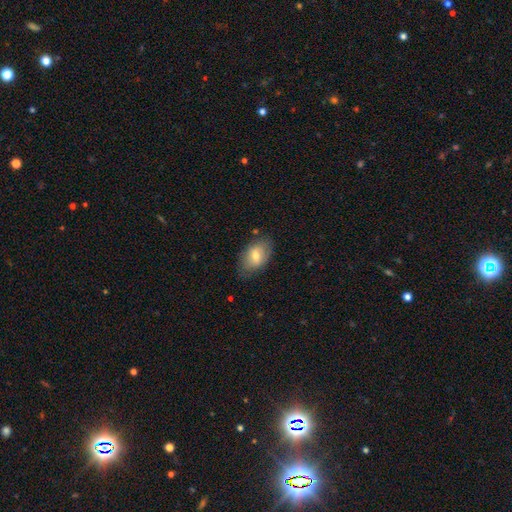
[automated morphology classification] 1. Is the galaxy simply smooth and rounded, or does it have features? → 69% smooth, 23% featured or disk, 7% star or artifact.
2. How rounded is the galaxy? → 89% in between, 9% round, 2% cigar-shaped.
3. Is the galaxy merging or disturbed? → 77% none, 17% minor disturbance, 4% major disturbance, 1% merger.